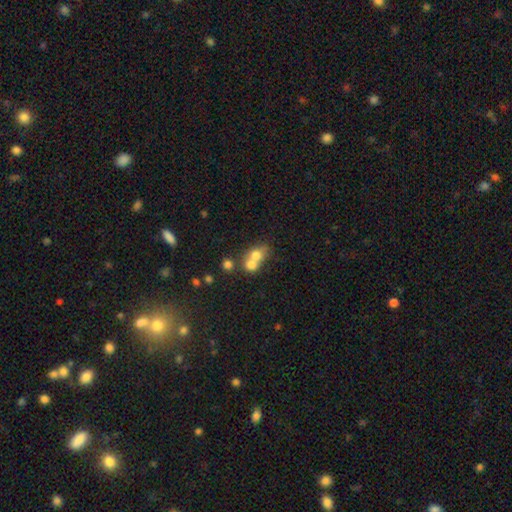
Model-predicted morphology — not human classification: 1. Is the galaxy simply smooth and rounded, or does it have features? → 70% smooth, 19% featured or disk, 11% star or artifact.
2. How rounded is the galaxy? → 63% round, 35% in between, 2% cigar-shaped.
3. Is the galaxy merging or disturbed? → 67% merger, 24% none, 6% minor disturbance, 3% major disturbance.